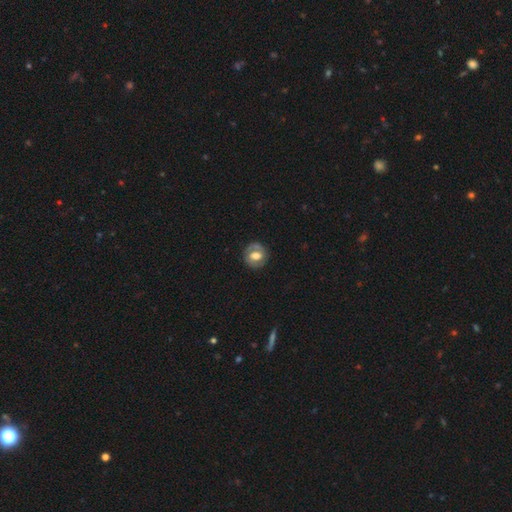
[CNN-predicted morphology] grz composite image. It shows a featured or disk galaxy (56%) with a weak bar (43%), spiral arms (66%) and a moderate central bulge (56%). Merging: none (80%).